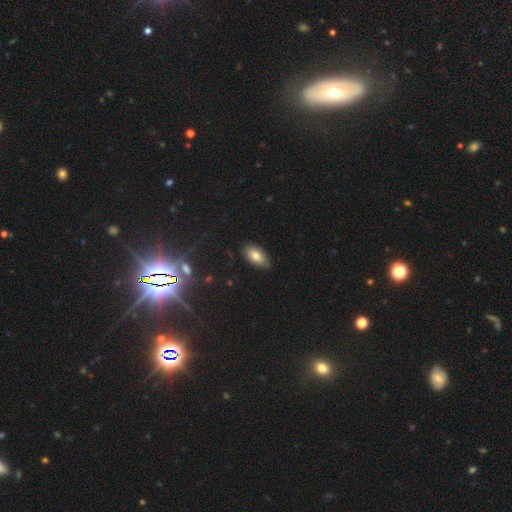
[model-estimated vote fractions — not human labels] Smooth or featured? smooth (77%)
How rounded? in between (93%)
Merging? none (78%)